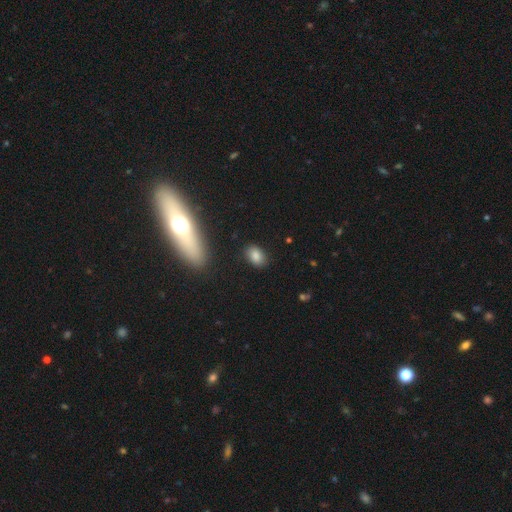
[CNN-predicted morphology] Smooth or featured: smooth — 84% (star or artifact — 10%)
How rounded: in between — 84% (round — 14%)
Merging: none — 86% (minor disturbance — 10%)